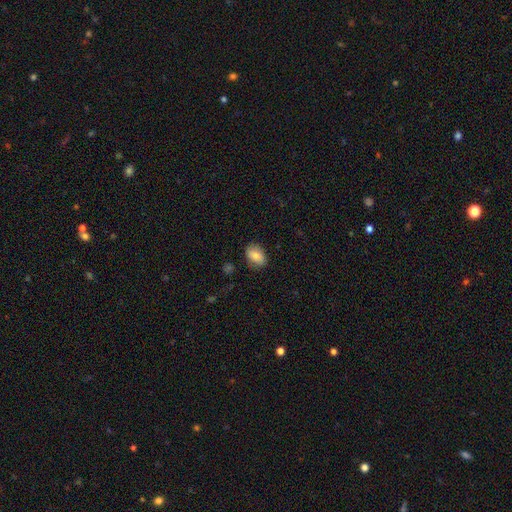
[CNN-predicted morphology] smooth_or_featured: smooth (p=0.79) [alt: featured or disk p=0.14]
how_rounded: in between (p=0.83) [alt: round p=0.15]
merging: none (p=0.81) [alt: minor disturbance p=0.14]